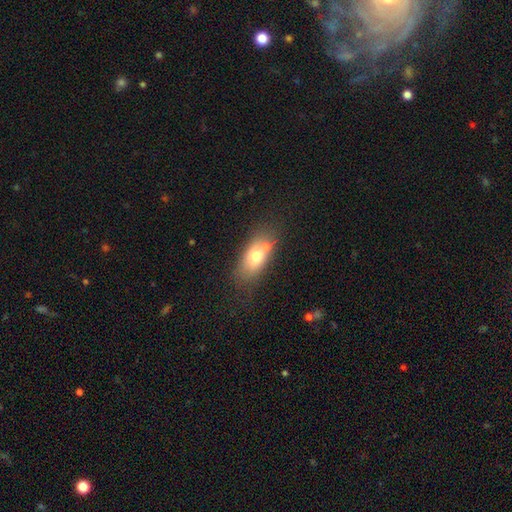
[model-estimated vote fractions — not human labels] This appears to be a smooth galaxy with no disk features (69%) that is in between round and cigar-shaped (83%). Merging: none (59%).